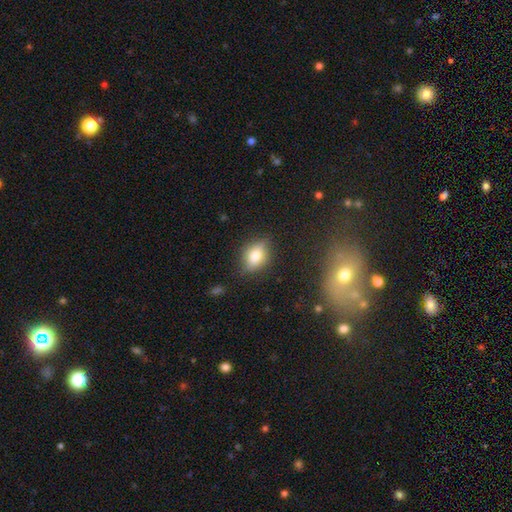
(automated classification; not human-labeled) Smooth or featured: smooth — 72% (featured or disk — 18%)
How rounded: in between — 71% (round — 25%)
Merging: none — 75% (minor disturbance — 18%)